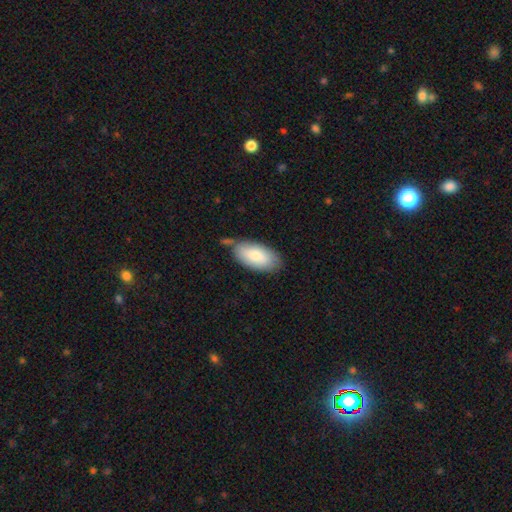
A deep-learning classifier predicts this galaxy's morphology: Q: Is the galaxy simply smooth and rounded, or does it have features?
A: smooth — 80%.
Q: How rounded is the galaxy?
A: in between — 94%.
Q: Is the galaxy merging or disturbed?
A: none — 66%.